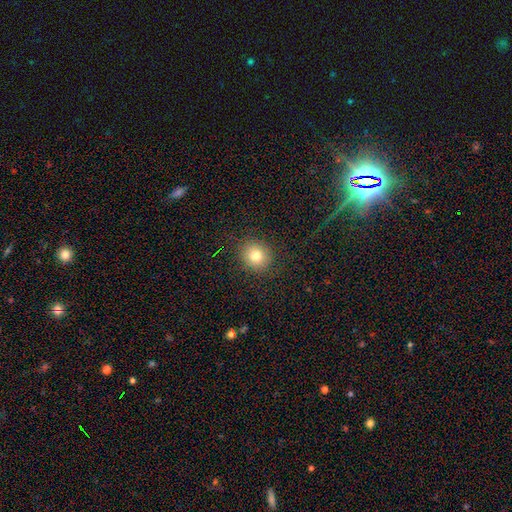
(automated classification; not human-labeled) Morphology: type=smooth (78%); roundness=round (87%); merging=none (89%).